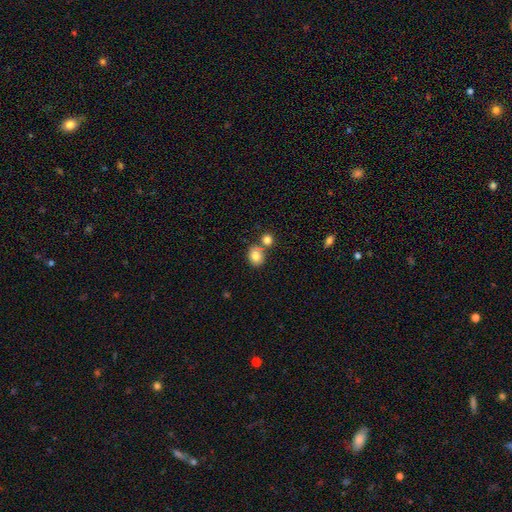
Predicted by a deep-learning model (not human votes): smooth_or_featured: smooth (p=0.81) [alt: star or artifact p=0.10]
how_rounded: round (p=0.65) [alt: in between p=0.34]
merging: none (p=0.59) [alt: merger p=0.28]